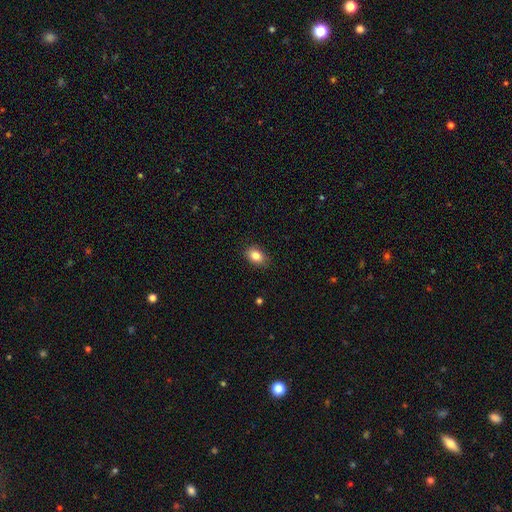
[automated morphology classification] smooth_or_featured: smooth (p=0.85) [alt: star or artifact p=0.09]
how_rounded: in between (p=0.79) [alt: round p=0.20]
merging: none (p=0.86) [alt: minor disturbance p=0.11]